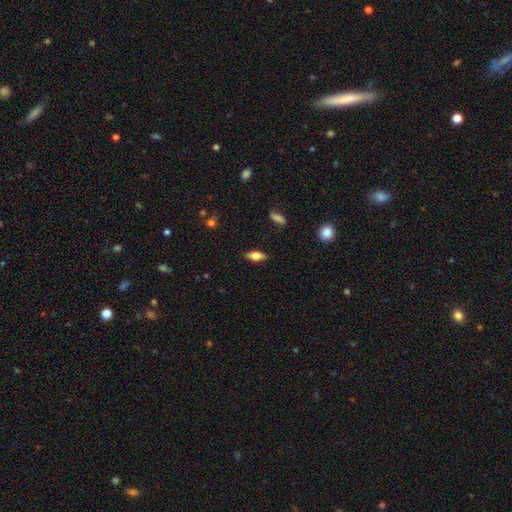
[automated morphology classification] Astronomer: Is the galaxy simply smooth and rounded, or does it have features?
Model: smooth — 58% (runner-up: featured or disk, 34%).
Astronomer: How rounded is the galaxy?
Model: in between — 71%.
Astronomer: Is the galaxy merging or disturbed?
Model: none — 86%.